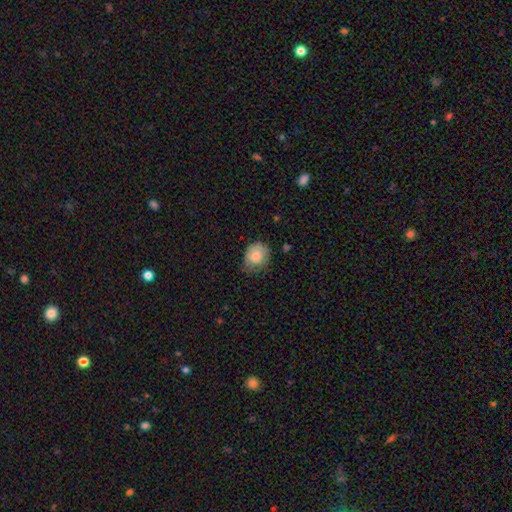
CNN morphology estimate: This appears to be a smooth galaxy with no disk features (79%) that is round (62%). Merging: none (54%).